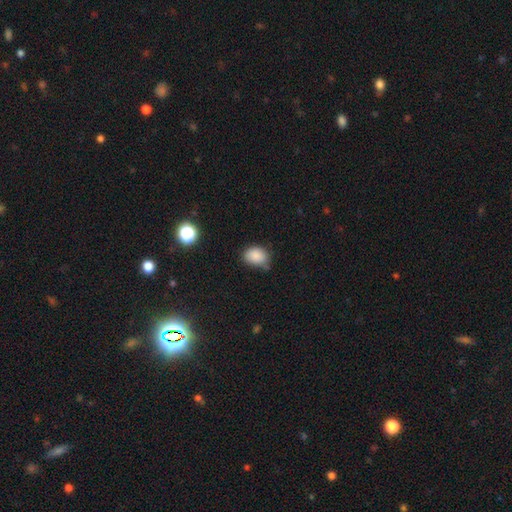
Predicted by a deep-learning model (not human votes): Smooth or featured? smooth (86%)
How rounded? in between (66%)
Merging? none (60%)